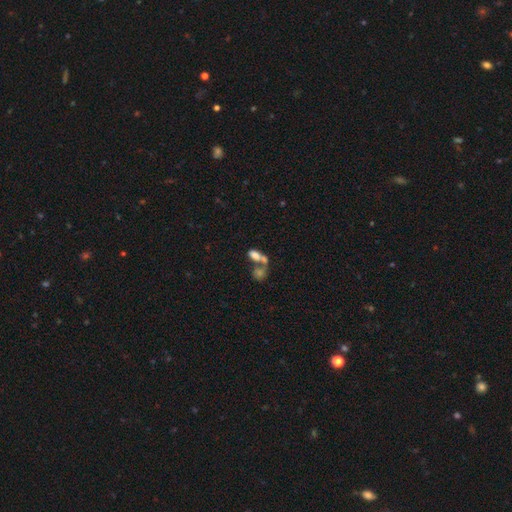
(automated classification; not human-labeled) Smooth or featured: smooth — 70% (featured or disk — 18%)
How rounded: in between — 84% (round — 13%)
Merging: merger — 62% (none — 23%)